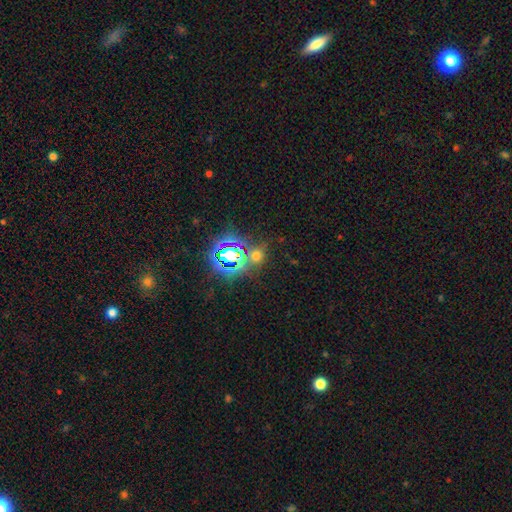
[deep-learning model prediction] Morphology: type=star or artifact (51%).